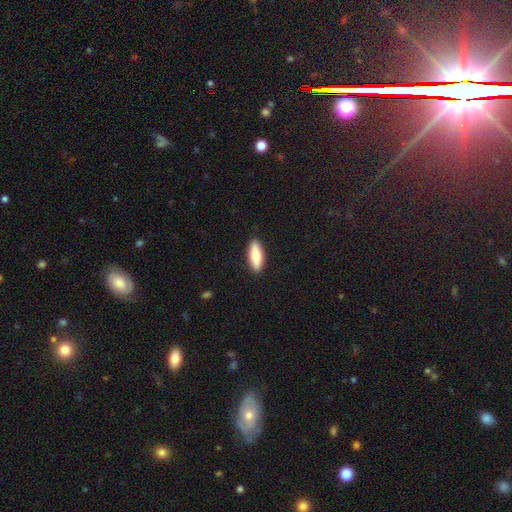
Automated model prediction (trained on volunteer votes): Q: Smooth or featured?
A: smooth (79%); runner-up: featured or disk (15%)
Q: How rounded?
A: in between (59%); runner-up: cigar-shaped (39%)
Q: Merging?
A: none (90%); runner-up: minor disturbance (7%)